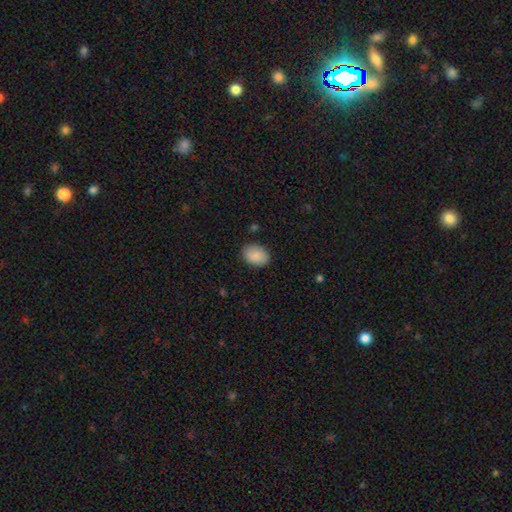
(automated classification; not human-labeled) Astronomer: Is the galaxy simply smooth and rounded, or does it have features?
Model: smooth — 89%.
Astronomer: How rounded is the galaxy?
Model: in between — 79%.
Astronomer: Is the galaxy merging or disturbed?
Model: none — 85%.